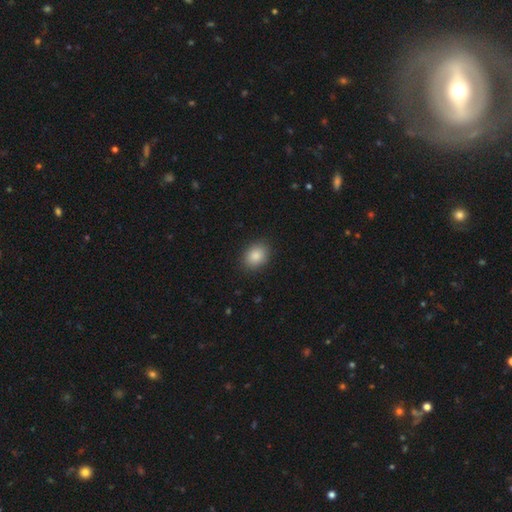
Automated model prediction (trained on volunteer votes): Smooth or featured: smooth — 87% (star or artifact — 8%)
How rounded: in between — 59% (round — 40%)
Merging: none — 87% (minor disturbance — 9%)